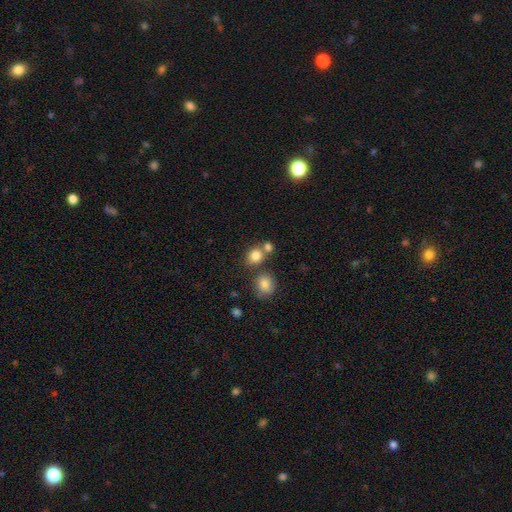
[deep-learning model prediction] Morphology: type=smooth (81%); roundness=round (70%); merging=none (57%).